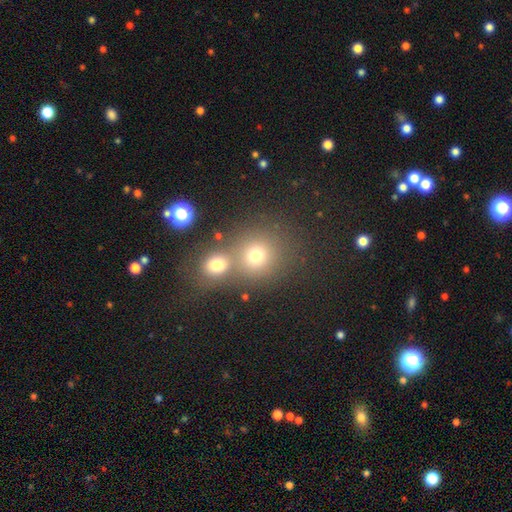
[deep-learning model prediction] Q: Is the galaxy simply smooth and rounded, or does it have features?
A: smooth — 72%.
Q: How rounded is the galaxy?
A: round — 82%.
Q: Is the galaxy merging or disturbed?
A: none — 45%, tied with merger.